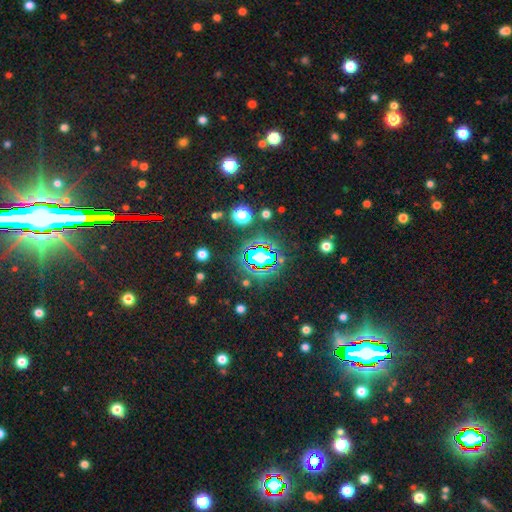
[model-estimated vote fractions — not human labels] Morphology: type=star or artifact (82%).